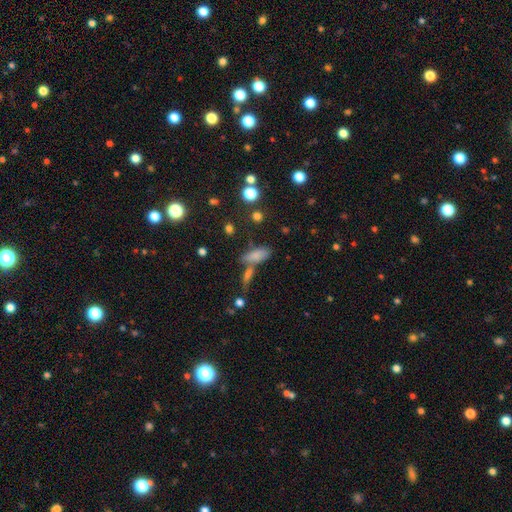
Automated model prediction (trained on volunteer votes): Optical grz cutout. It shows a smooth galaxy with no disk features (73%) that is in between round and cigar-shaped (72%). Merging: none (45%).